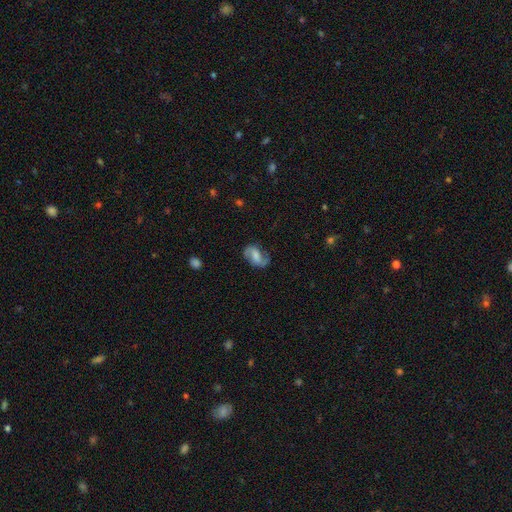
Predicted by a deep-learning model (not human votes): A featured or disk galaxy (70%) with a weak bar (48%), 2 (88%) loose (51%) spiral arms (92%) and a moderate central bulge (35%). Merging: none (69%).